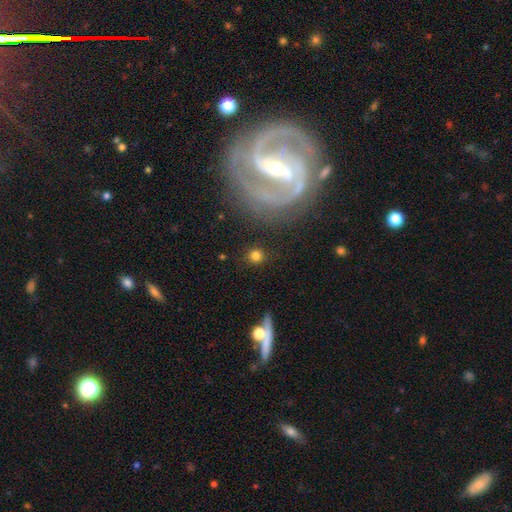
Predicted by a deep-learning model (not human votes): Smooth or featured: smooth — 79% (star or artifact — 12%)
How rounded: round — 93% (in between — 6%)
Merging: none — 88% (minor disturbance — 6%)